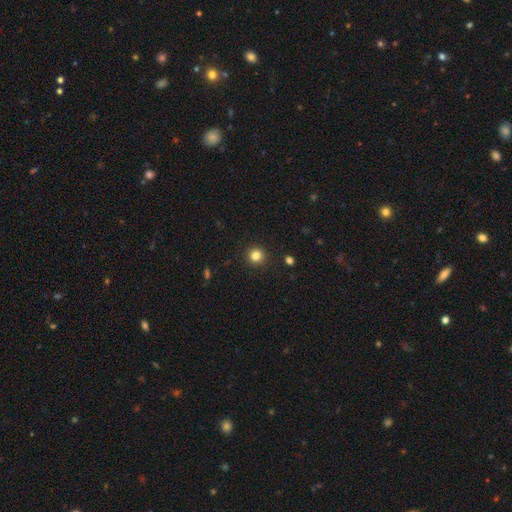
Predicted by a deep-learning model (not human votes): Overall: smooth (83%). How rounded: round (94%). Merging: none (92%).